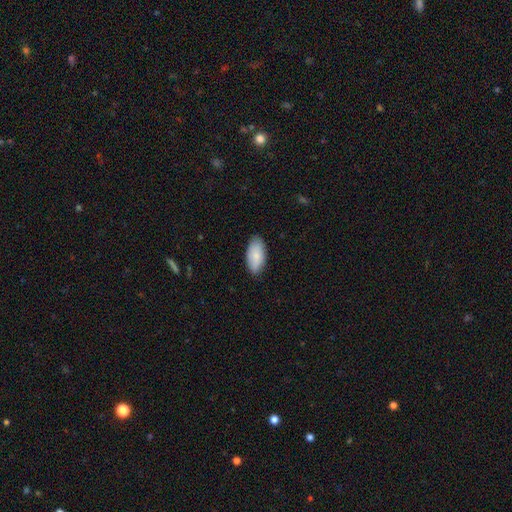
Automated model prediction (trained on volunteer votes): A smooth galaxy with no disk features (84%) that is in between round and cigar-shaped (94%). Merging: none (85%).